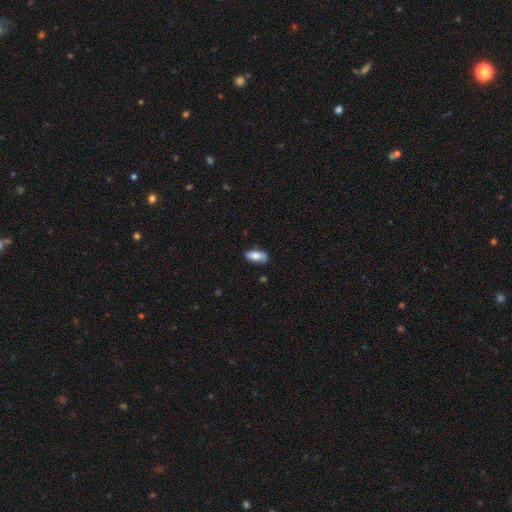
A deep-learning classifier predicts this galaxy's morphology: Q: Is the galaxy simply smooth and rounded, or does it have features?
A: smooth — 79%.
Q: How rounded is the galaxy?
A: in between — 87%.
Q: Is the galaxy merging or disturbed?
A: none — 76%.